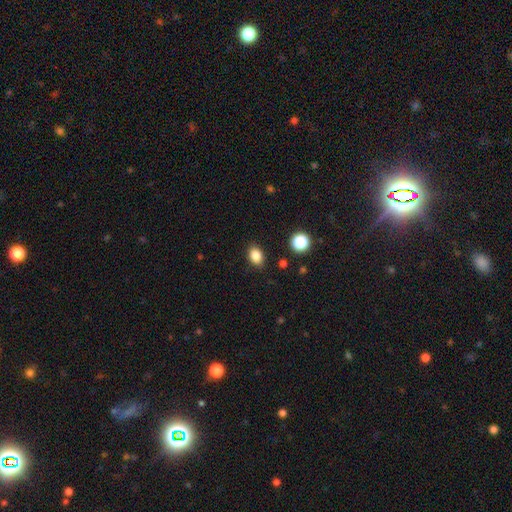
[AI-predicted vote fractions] Smooth or featured? Predicted: smooth (p=0.85). How rounded? Predicted: in between (p=0.75). Merging? Predicted: none (p=0.87).